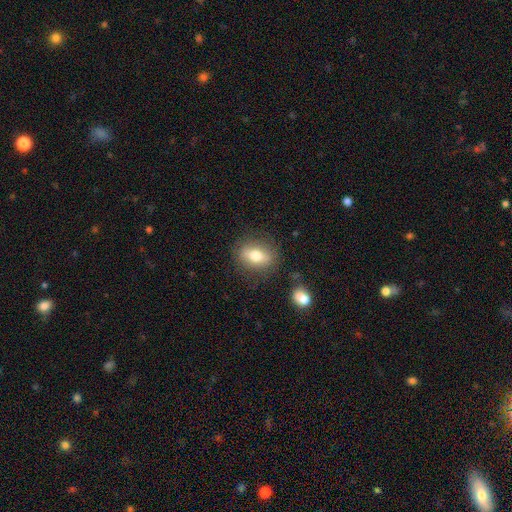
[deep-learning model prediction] This is likely a smooth galaxy (66%). How rounded: likely in between (69%). Merging: clearly none (82%).